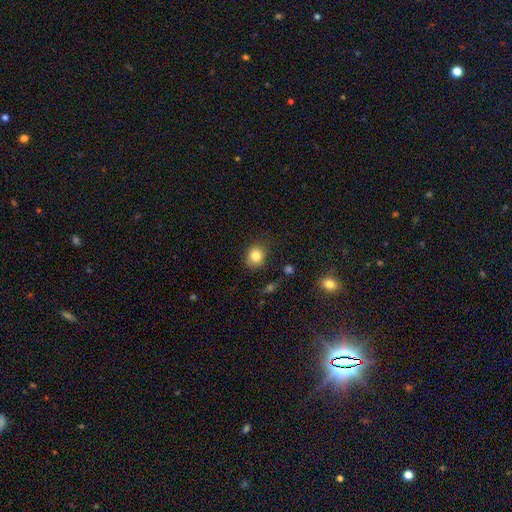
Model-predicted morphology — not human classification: Smooth or featured: smooth — 83% (star or artifact — 11%)
How rounded: round — 76% (in between — 23%)
Merging: none — 86% (minor disturbance — 10%)